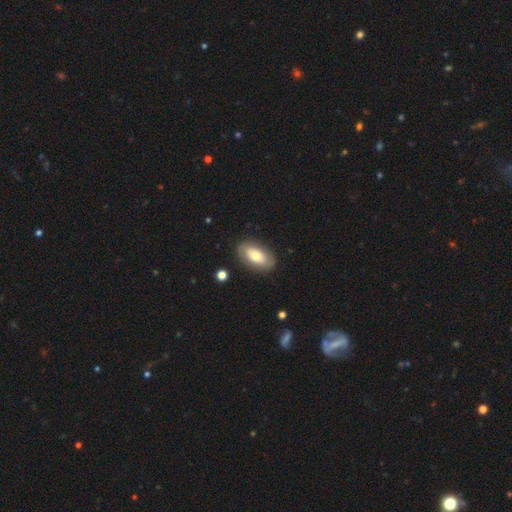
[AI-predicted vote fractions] This appears to be a smooth galaxy with no disk features (59%) that is in between round and cigar-shaped (92%). Merging: none (84%).